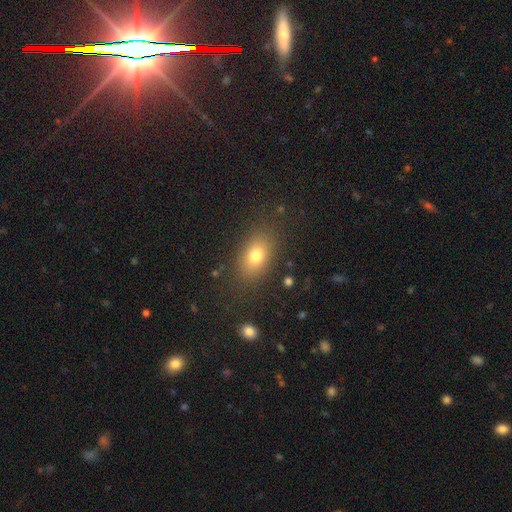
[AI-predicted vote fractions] The model was most divided on "smooth or featured": smooth: 76%, featured or disk: 12%, star or artifact: 12%. More confident: merging — none (83%); how rounded — in between (82%).